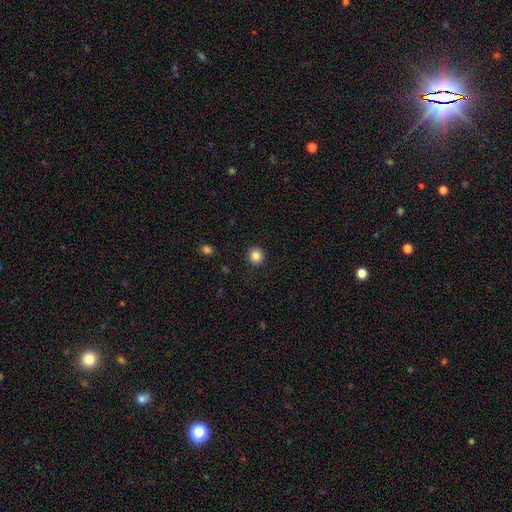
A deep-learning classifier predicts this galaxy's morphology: Smooth or featured? smooth (84%)
How rounded? round (93%)
Merging? none (92%)